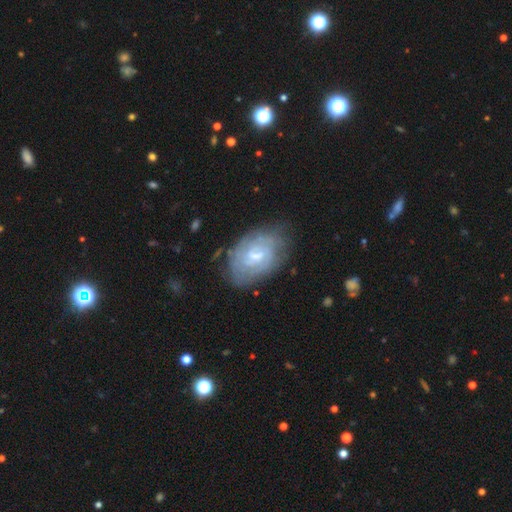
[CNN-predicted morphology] Overall: featured or disk (70%). Edge-on disk: no (96%). Bar: weak (58%; no 31%). Spiral arms: yes (81%). Spiral arm count: can't tell (52%; 2 29%). Spiral winding: tight (64%; medium 28%). Bulge size: small (50%; moderate 40%). Merging: none (67%).